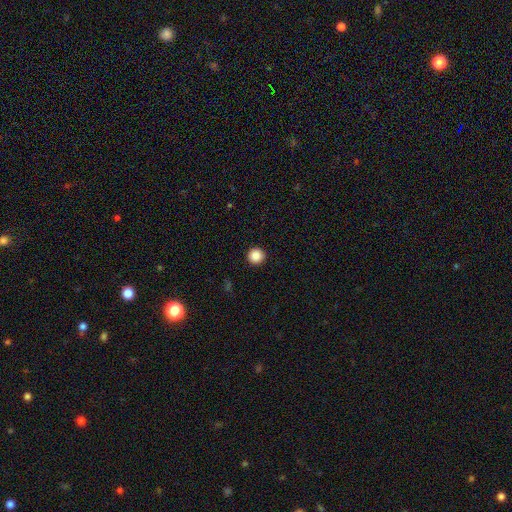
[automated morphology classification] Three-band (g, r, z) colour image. It shows a smooth galaxy with no disk features (88%) that is round (96%). Merging: none (94%).